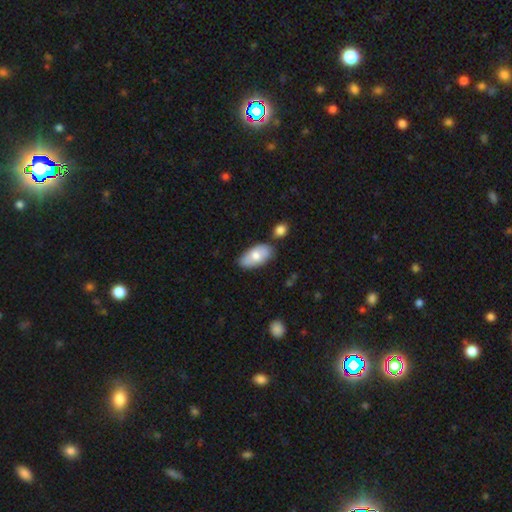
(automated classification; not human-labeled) Smooth or featured? smooth (71%)
How rounded? in between (93%)
Merging? none (73%)